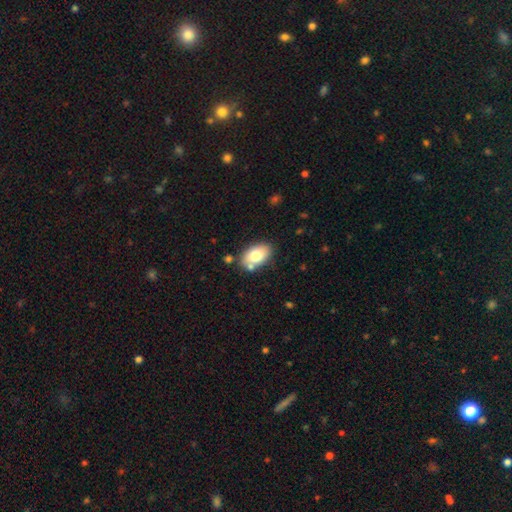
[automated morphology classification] This is likely a smooth galaxy (76%). How rounded: clearly in between (89%). Merging: likely none (75%).